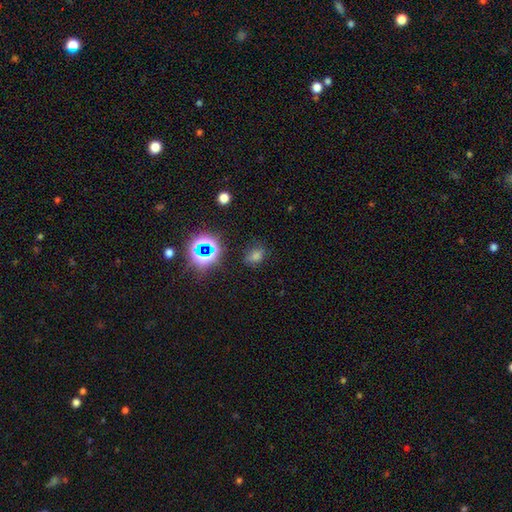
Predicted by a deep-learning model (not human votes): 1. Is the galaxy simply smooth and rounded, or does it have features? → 49% smooth, 40% star or artifact, 12% featured or disk.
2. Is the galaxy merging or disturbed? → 76% none, 15% minor disturbance, 6% major disturbance, 3% merger.